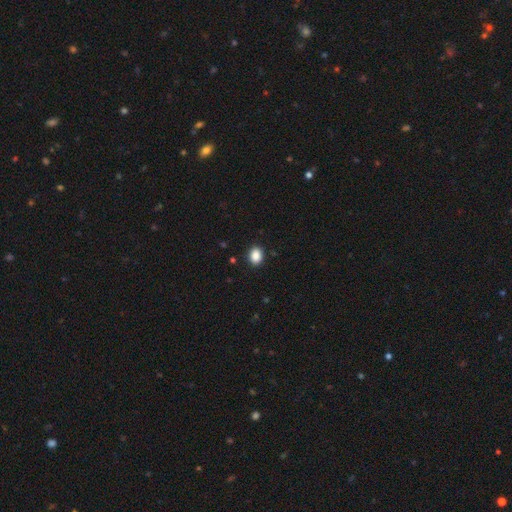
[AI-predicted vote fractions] Smooth or featured: smooth — 89% (star or artifact — 8%)
How rounded: in between — 61% (round — 38%)
Merging: none — 90% (minor disturbance — 7%)